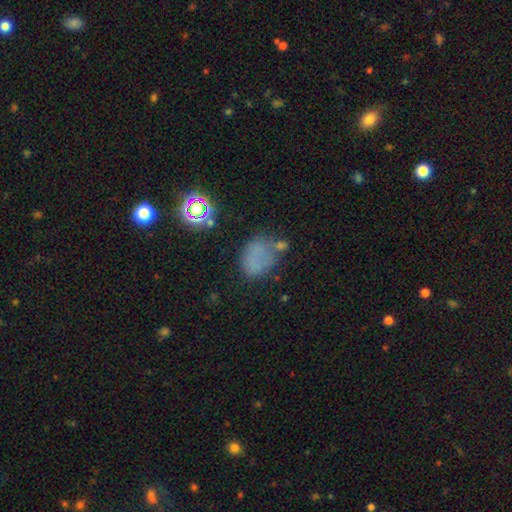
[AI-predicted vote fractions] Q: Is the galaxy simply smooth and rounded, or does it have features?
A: smooth — 57%.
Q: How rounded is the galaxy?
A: in between — 65%.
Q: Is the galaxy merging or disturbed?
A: none — 50%.